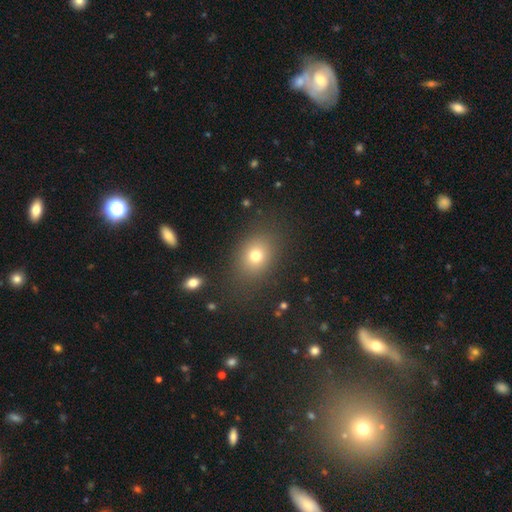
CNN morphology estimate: A smooth galaxy with no disk features (74%) that is in between round and cigar-shaped (53%). Merging: none (82%).